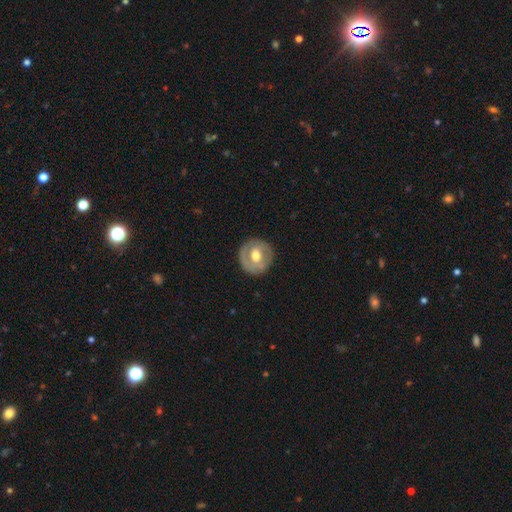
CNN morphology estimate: Smooth or featured? featured or disk (51%)
Edge-on disk? no (95%)
Merging? none (85%)